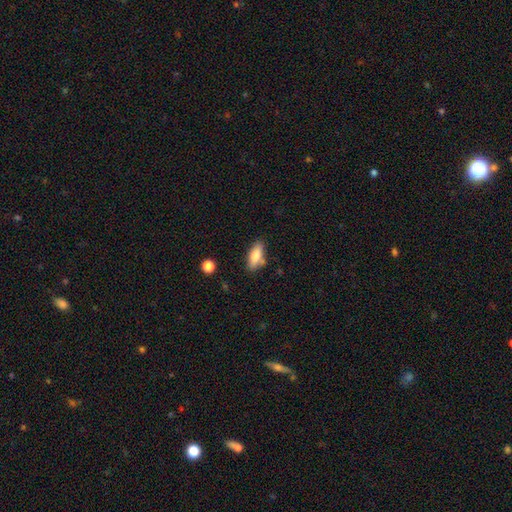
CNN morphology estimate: smooth_or_featured: smooth (p=0.79) [alt: featured or disk p=0.14]
how_rounded: in between (p=0.77) [alt: cigar-shaped p=0.21]
merging: none (p=0.73) [alt: minor disturbance p=0.17]